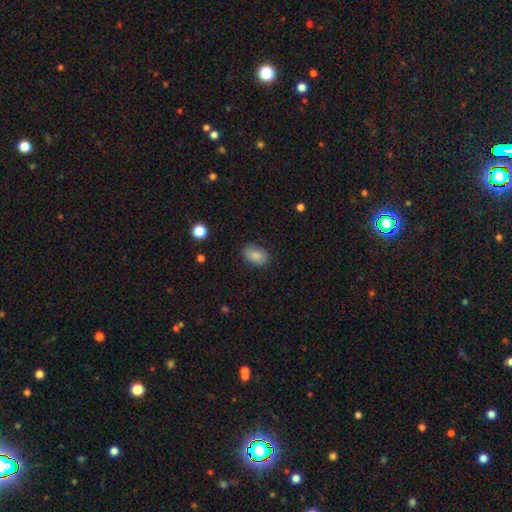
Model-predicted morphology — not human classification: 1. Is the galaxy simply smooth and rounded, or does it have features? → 84% smooth, 8% star or artifact, 8% featured or disk.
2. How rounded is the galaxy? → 85% in between, 14% round, 1% cigar-shaped.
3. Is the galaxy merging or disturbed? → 82% none, 14% minor disturbance, 3% major disturbance, 1% merger.